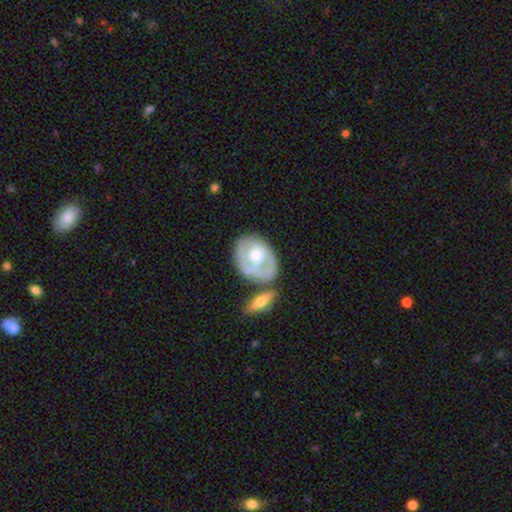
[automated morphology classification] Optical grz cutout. It shows a featured or disk galaxy (60%) with no bar (81%), no spiral arms (53%) and a moderate central bulge (55%). Merging: none (44%).